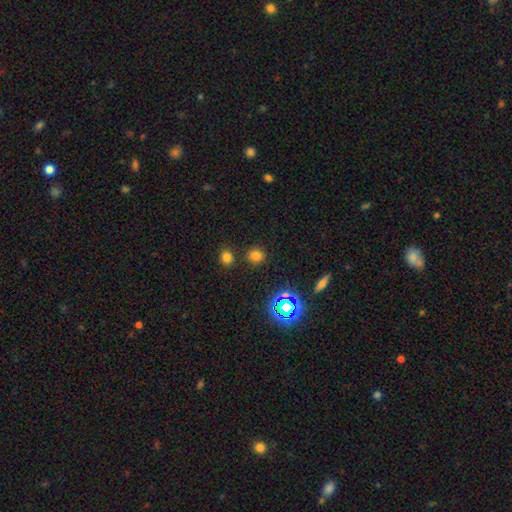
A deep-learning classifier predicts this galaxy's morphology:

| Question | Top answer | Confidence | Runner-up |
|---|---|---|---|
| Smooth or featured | smooth | 71% | star or artifact (23%) |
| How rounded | round | 87% | in between (12%) |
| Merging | none | 84% | minor disturbance (7%) |